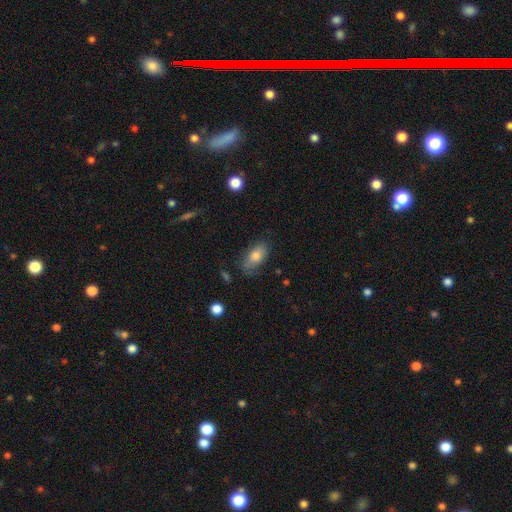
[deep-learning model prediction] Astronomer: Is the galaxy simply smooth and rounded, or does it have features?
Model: smooth — 77%.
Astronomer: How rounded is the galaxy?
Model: in between — 89%.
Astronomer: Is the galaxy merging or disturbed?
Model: none — 71%.